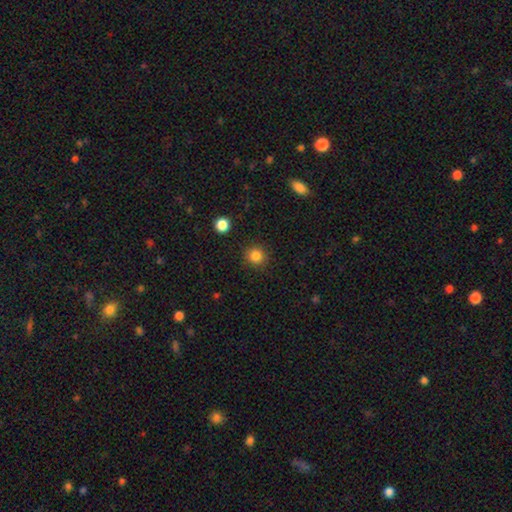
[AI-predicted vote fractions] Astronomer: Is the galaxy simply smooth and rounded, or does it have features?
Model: smooth — 84%.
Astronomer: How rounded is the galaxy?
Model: round — 92%.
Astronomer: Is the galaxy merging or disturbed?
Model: none — 89%.